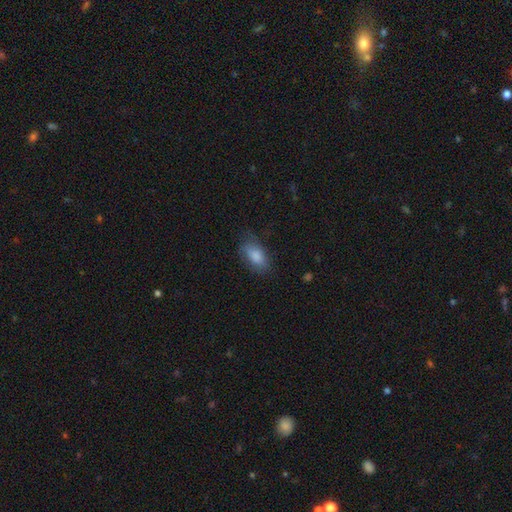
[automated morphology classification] A smooth galaxy with no disk features (83%) that is in between round and cigar-shaped (91%). Merging: none (64%).